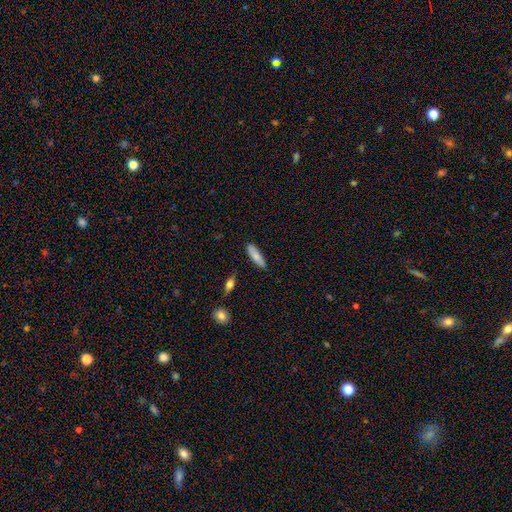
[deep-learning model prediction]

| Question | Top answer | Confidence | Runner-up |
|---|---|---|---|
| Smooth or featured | smooth | 81% | featured or disk (13%) |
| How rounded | cigar-shaped | 57% | in between (42%) |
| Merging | none | 81% | minor disturbance (15%) |